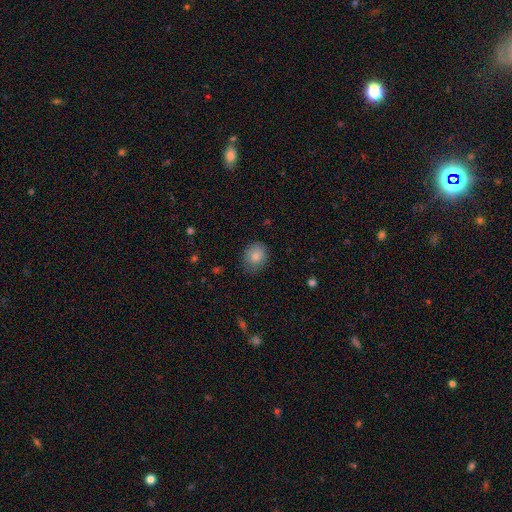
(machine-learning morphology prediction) This is clearly a smooth galaxy (83%). How rounded: possibly round (51%). Merging: likely none (76%).